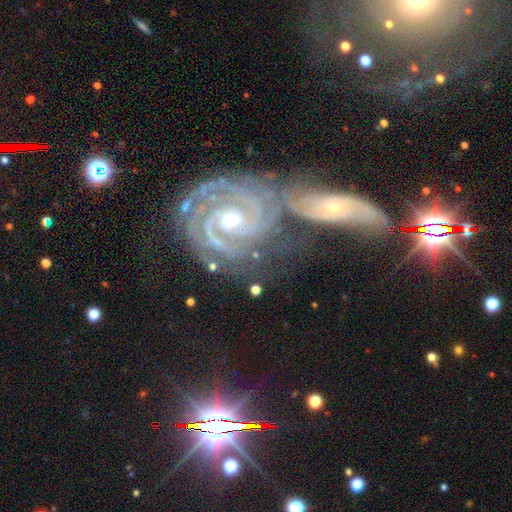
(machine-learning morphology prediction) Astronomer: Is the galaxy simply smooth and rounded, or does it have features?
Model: featured or disk — 89%.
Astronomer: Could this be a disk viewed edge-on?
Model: no — 97%.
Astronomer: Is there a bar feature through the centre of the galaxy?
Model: no — 58%.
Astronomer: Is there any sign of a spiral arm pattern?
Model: yes — 98%.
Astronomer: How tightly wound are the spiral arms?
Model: tight — 74%.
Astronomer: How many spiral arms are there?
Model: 2 — 40% (runner-up: 3, 28%).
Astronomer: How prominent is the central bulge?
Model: moderate — 61%.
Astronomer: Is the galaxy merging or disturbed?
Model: merger — 42% (runner-up: none, 35%).